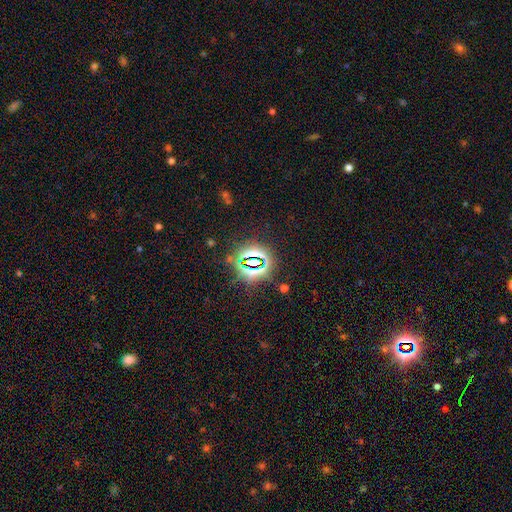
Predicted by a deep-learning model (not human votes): A star or artifact, not a galaxy (78%).